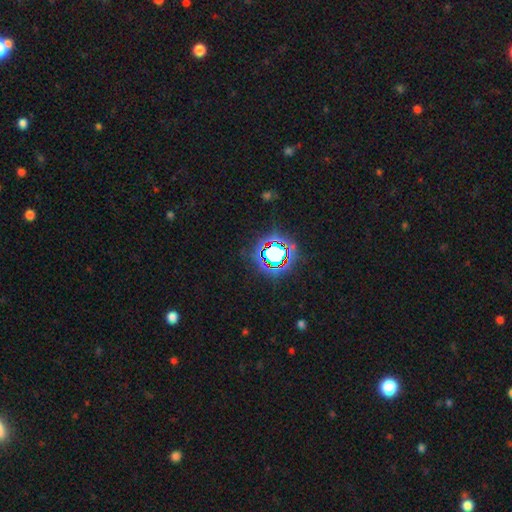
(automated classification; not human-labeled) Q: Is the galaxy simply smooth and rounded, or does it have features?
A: star or artifact — 80%.